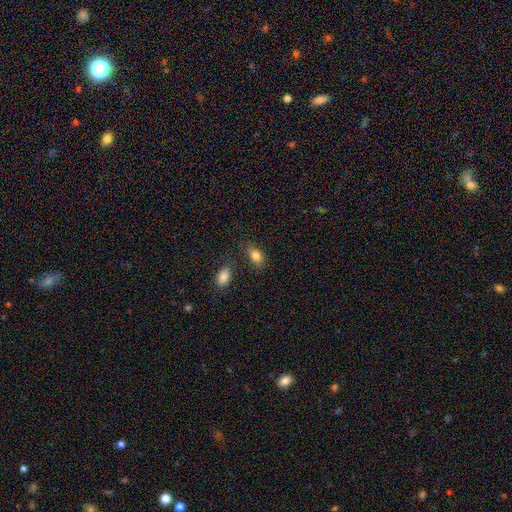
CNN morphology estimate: smooth_or_featured: smooth (p=0.83) [alt: star or artifact p=0.09]
how_rounded: in between (p=0.85) [alt: round p=0.13]
merging: none (p=0.73) [alt: minor disturbance p=0.16]